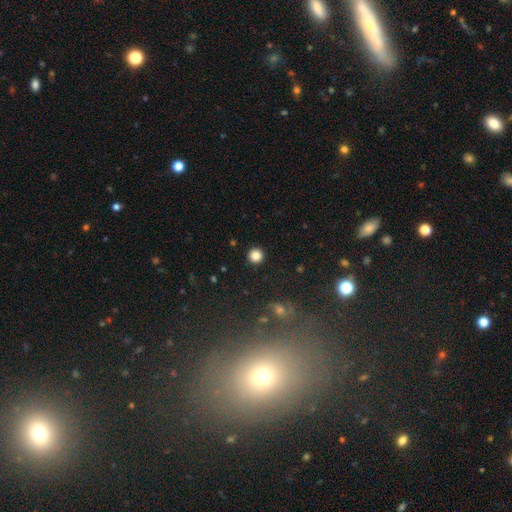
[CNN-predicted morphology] type=smooth (85%); roundness=round (95%); merging=none (92%).